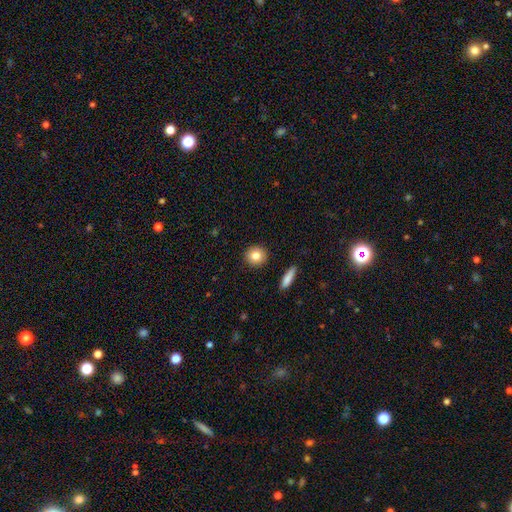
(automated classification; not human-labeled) A smooth galaxy with no disk features (81%) that is round (91%).

Vote fractions:
- Smooth or featured? smooth: 81% / featured or disk: 10% / star or artifact: 9%
- How rounded? round: 91% / in between: 8% / cigar-shaped: 1%
- Merging? none: 91% / minor disturbance: 5% / major disturbance: 2% / merger: 1%